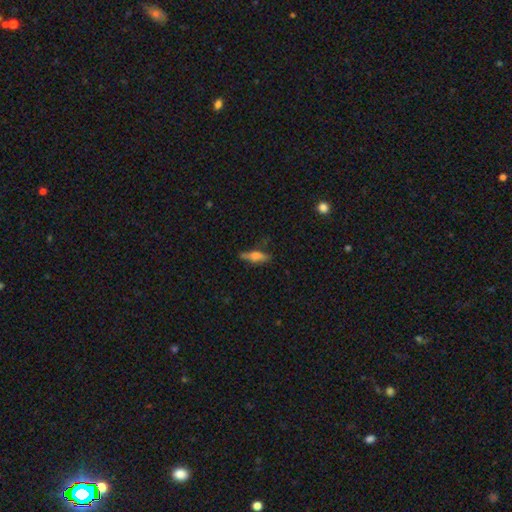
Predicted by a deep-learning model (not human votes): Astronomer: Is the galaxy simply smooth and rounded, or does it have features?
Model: smooth — 55% (runner-up: featured or disk, 36%).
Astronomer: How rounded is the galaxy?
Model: cigar-shaped — 67%.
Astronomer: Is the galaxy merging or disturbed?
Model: none — 72%.